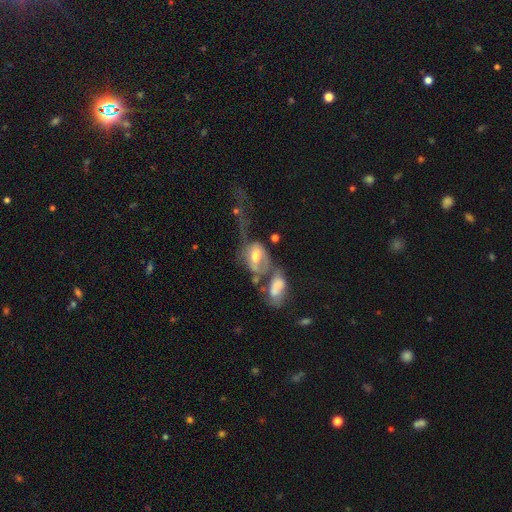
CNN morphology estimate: This is possibly a featured or disk galaxy (56%). It is clearly not viewed edge-on (93%). Bar: possibly no (54%). Spiral arm pattern: possibly no (51%). Central bulge: possibly moderate (55%). Merging: possibly merger (48%).